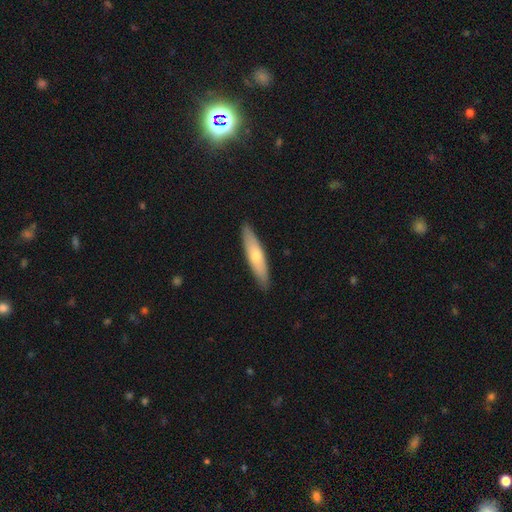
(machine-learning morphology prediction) This appears to be a smooth galaxy with no disk features (59%) that is cigar-shaped (80%). Merging: none (90%).